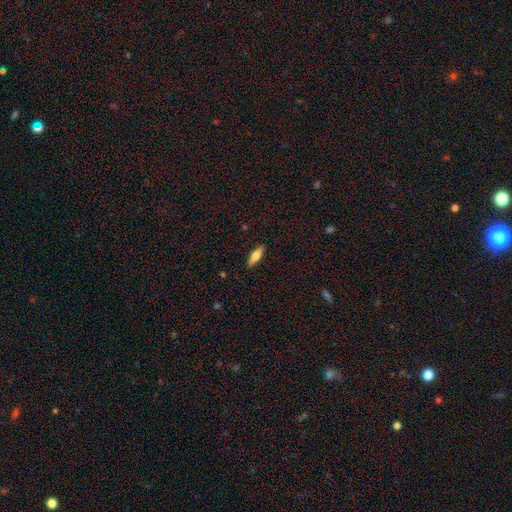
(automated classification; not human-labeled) smooth 53%, featured or disk 41%, star or artifact 6%. Down the decision tree: how rounded — cigar-shaped (56%); merging — none (89%).